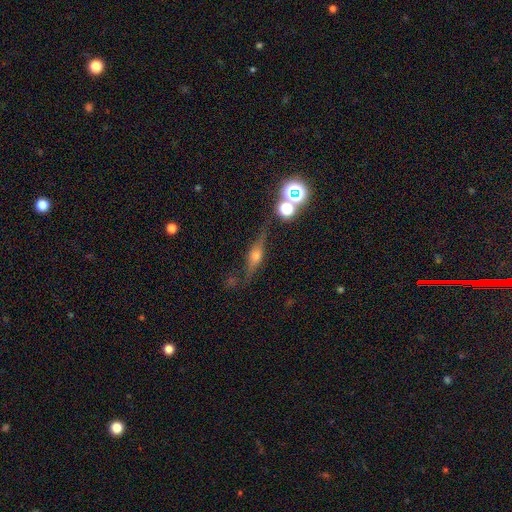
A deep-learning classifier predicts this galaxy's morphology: This is likely a featured or disk galaxy (67%). It is clearly viewed edge-on (91%). Edge-on bulge: clearly rounded (90%). Merging: likely none (73%).